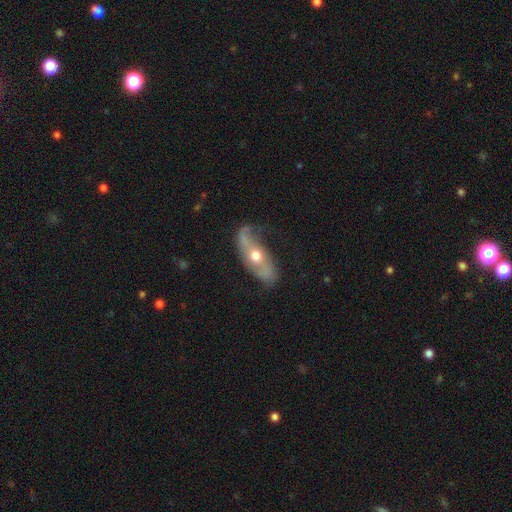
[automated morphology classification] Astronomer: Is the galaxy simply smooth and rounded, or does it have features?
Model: featured or disk — 73%.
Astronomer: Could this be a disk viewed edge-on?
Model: no — 83%.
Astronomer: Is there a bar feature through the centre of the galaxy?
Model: no — 69%.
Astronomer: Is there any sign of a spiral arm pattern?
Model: yes — 81%.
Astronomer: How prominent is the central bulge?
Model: moderate — 77%.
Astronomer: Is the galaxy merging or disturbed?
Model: none — 55%.